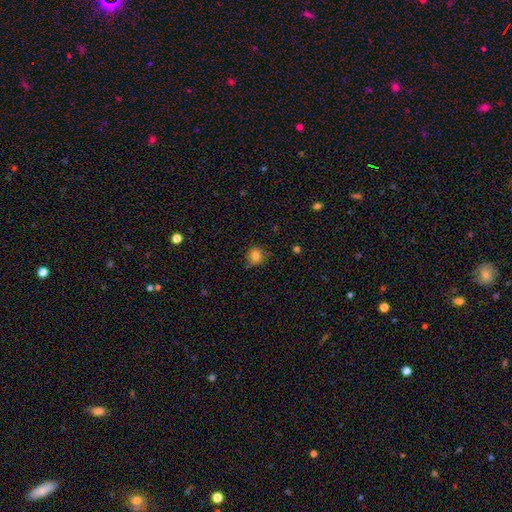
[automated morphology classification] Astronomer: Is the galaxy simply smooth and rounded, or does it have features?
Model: smooth — 82%.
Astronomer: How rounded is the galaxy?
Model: round — 87%.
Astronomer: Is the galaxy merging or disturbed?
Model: none — 77%.